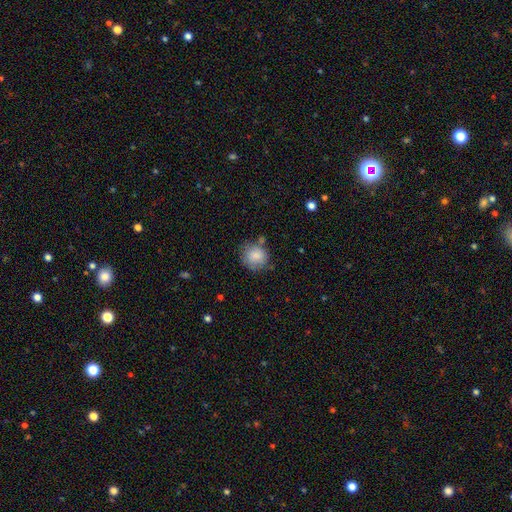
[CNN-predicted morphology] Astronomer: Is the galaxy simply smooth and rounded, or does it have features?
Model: smooth — 84%.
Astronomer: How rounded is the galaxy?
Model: round — 87%.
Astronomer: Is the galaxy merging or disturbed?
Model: none — 68%.